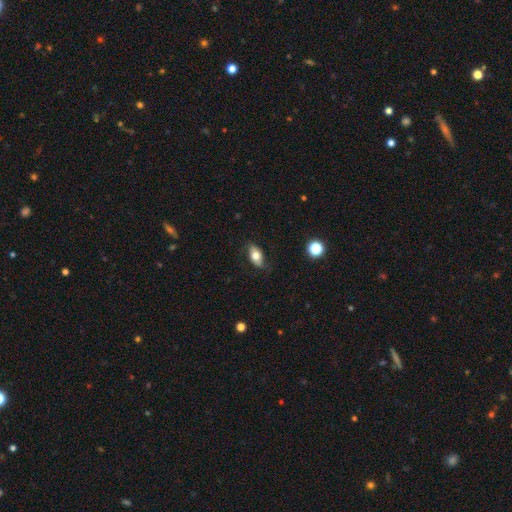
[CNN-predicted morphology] A smooth galaxy with no disk features (72%) that is in between round and cigar-shaped (89%). Merging: none (80%).